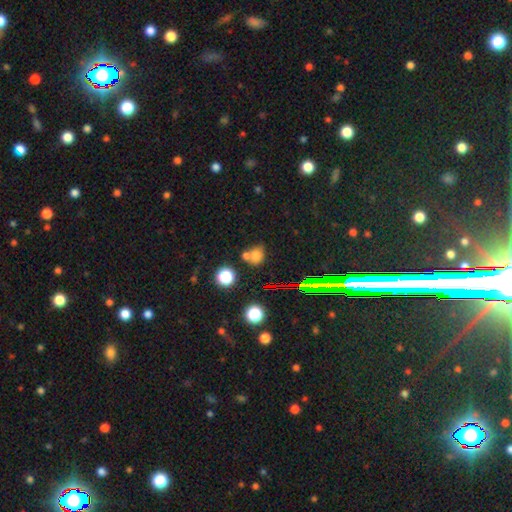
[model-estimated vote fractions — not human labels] A smooth galaxy with no disk features (66%) that is round (63%). Merging: none (53%).